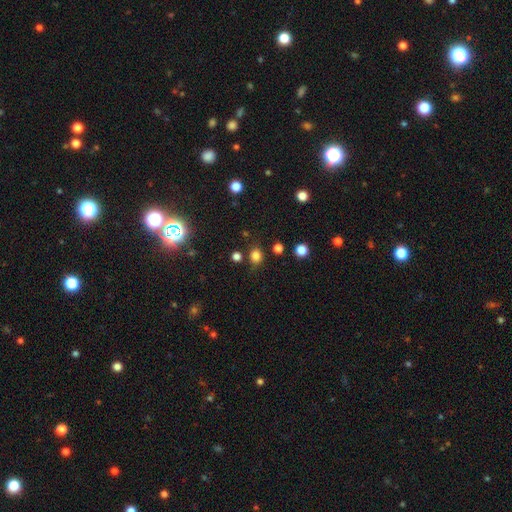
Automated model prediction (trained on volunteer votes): Smooth or featured? Predicted: smooth (p=0.79). How rounded? Predicted: round (p=0.68). Merging? Predicted: none (p=0.79).